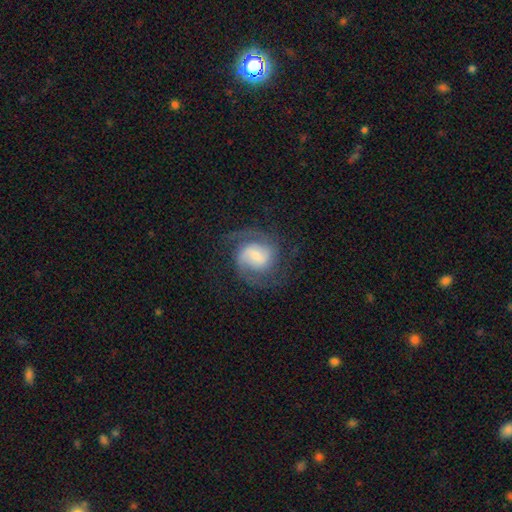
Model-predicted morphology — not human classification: smooth_or_featured: featured or disk (p=0.83) [alt: smooth p=0.11]
disk_edge_on: no (p=0.98) [alt: yes p=0.02]
bar: weak (p=0.51) [alt: no p=0.31]
has_spiral_arms: yes (p=0.97) [alt: no p=0.03]
spiral_winding: medium (p=0.53) [alt: tight p=0.30]
spiral_arm_count: 2 (p=0.77) [alt: 3 p=0.09]
bulge_size: small (p=0.49) [alt: moderate p=0.34]
merging: none (p=0.72) [alt: minor disturbance p=0.15]